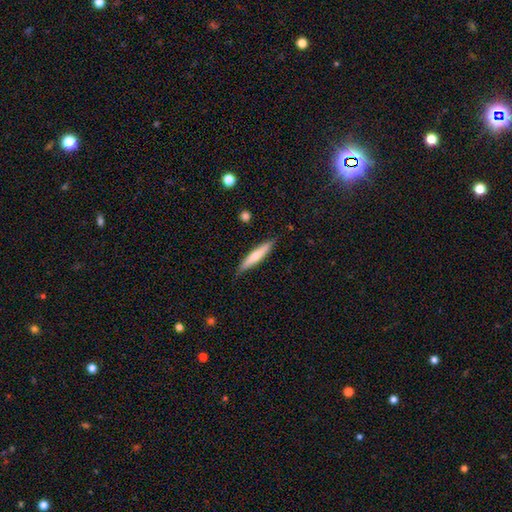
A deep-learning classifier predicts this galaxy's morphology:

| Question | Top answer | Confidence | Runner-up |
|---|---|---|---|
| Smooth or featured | smooth | 62% | featured or disk (32%) |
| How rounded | cigar-shaped | 89% | in between (10%) |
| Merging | none | 85% | minor disturbance (12%) |